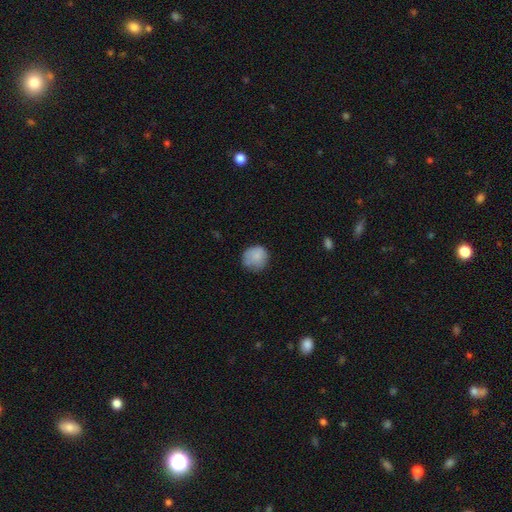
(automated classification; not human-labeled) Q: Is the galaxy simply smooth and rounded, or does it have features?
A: smooth — 84%.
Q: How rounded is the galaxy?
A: round — 87%.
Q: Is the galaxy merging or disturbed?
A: none — 71%.